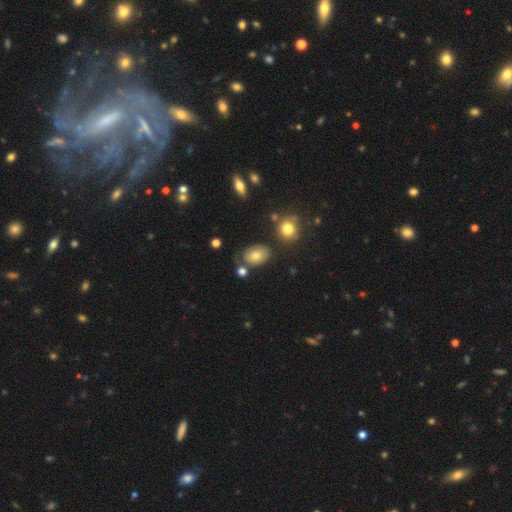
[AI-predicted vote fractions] Smooth or featured?
  - smooth: 70% *
  - featured or disk: 20%
  - star or artifact: 10%
How rounded?
  - in between: 75% *
  - round: 24%
  - cigar-shaped: 1%
Merging?
  - none: 61% *
  - minor disturbance: 23%
  - major disturbance: 9%
  - merger: 8%